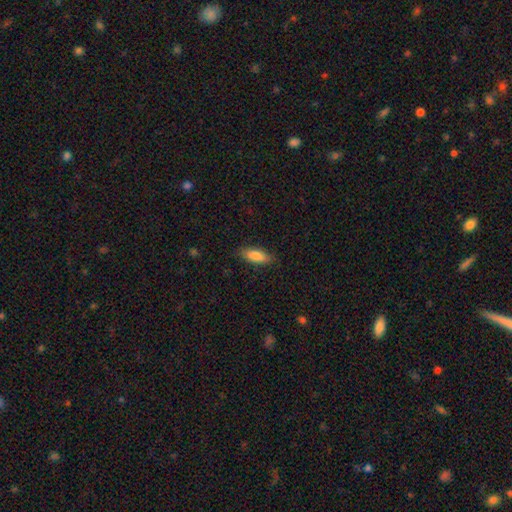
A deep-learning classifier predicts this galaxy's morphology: This appears to be a smooth galaxy with no disk features (85%) that is in between round and cigar-shaped (72%). Merging: none (85%).